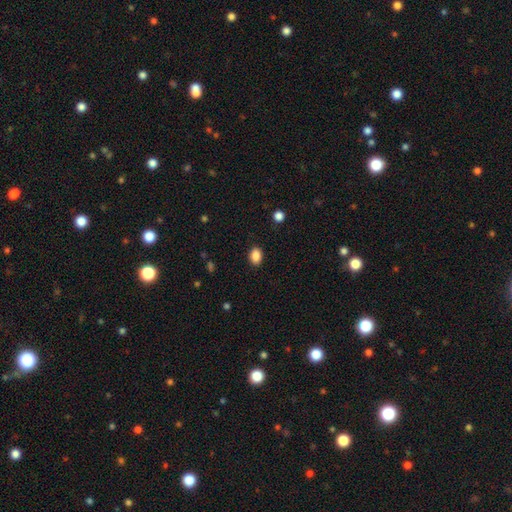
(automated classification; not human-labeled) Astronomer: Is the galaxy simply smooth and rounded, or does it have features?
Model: smooth — 88%.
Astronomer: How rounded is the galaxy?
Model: in between — 76%.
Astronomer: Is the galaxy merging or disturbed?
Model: none — 88%.